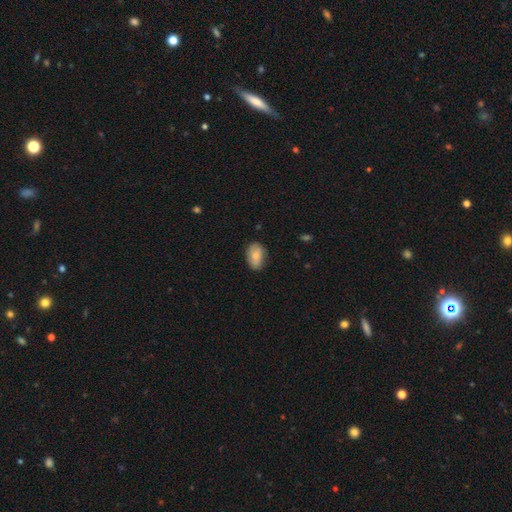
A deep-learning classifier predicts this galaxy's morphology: Q: Smooth or featured?
A: smooth (77%); runner-up: featured or disk (16%)
Q: How rounded?
A: in between (88%); runner-up: round (10%)
Q: Merging?
A: none (74%); runner-up: minor disturbance (21%)